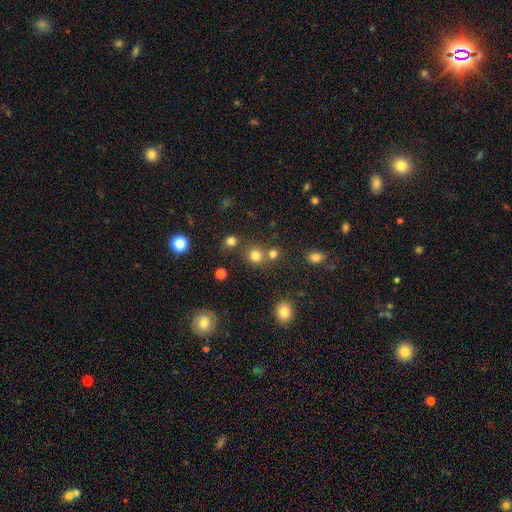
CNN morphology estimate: Smooth or featured? smooth (77%)
How rounded? round (89%)
Merging? none (71%)